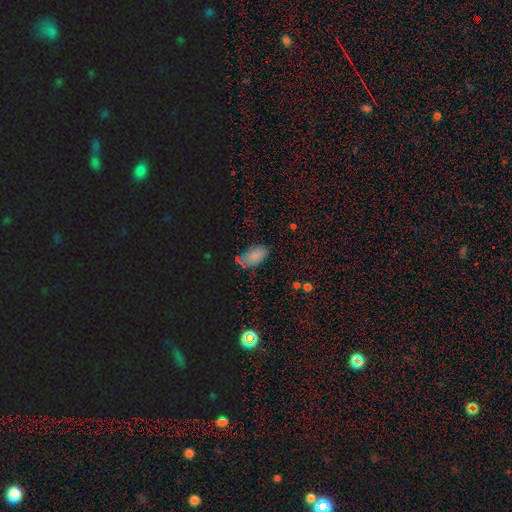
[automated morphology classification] Overall: smooth (74%). How rounded: in between (93%). Merging: none (71%).